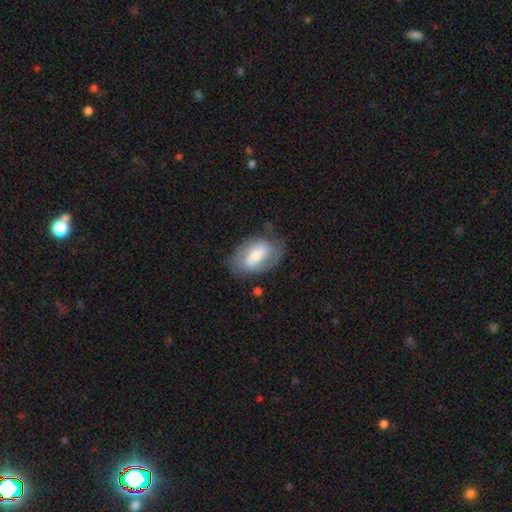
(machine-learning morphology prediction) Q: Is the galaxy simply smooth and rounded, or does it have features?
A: featured or disk — 59%.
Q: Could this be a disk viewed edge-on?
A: no — 94%.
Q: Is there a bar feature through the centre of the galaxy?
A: weak — 42%.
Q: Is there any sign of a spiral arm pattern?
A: yes — 73%.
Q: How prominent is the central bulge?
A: moderate — 51%.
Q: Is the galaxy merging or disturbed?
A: none — 66%.